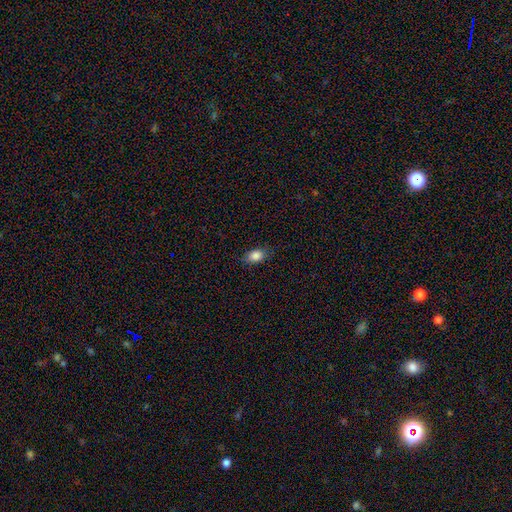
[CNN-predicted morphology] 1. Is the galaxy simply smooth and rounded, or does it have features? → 86% smooth, 9% star or artifact, 5% featured or disk.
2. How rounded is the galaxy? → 80% in between, 18% round, 2% cigar-shaped.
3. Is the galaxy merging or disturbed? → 81% none, 14% minor disturbance, 3% major disturbance, 1% merger.